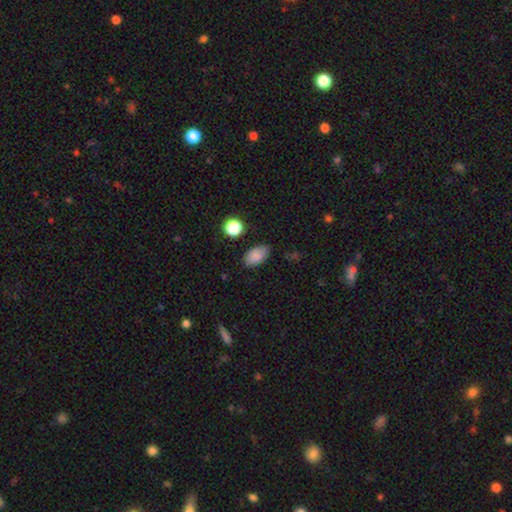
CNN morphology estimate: Overall: smooth (84%). How rounded: in between (90%). Merging: none (81%).